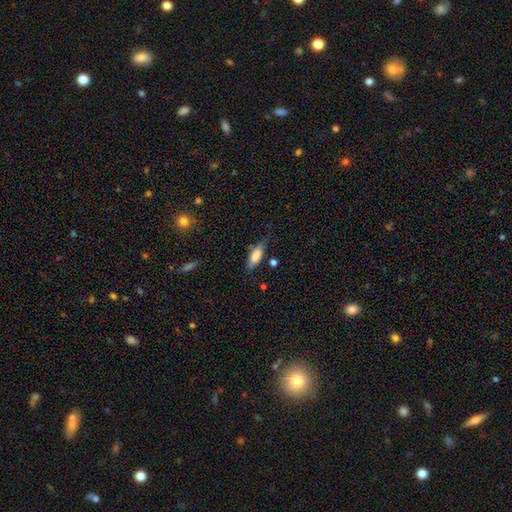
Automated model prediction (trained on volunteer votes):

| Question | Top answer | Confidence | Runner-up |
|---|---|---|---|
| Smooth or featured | smooth | 75% | featured or disk (18%) |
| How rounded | in between | 64% | cigar-shaped (33%) |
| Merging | none | 65% | minor disturbance (25%) |